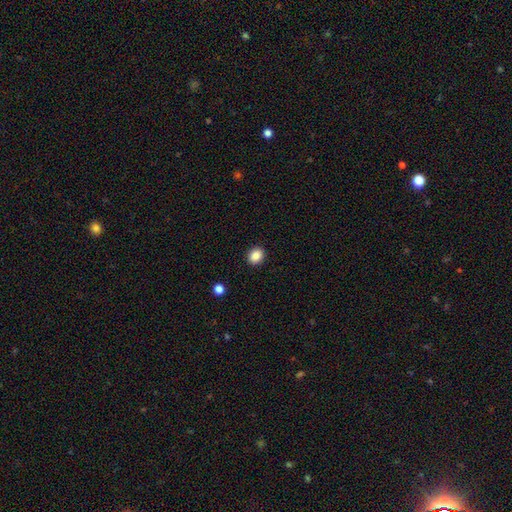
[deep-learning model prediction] This appears to be a smooth galaxy with no disk features (87%) that is round (60%). Merging: none (91%).